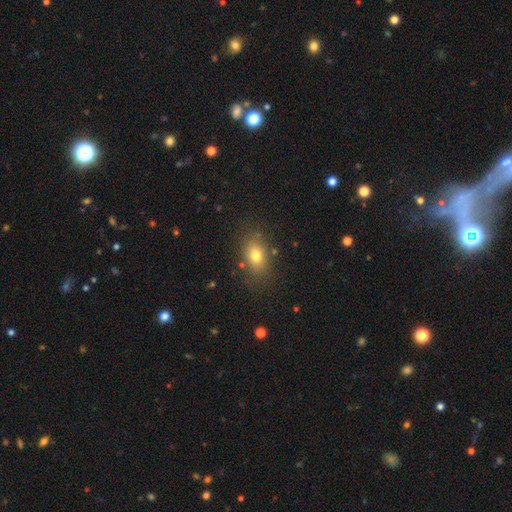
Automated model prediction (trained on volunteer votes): Morphology: type=smooth (76%); roundness=in between (77%); merging=none (81%).